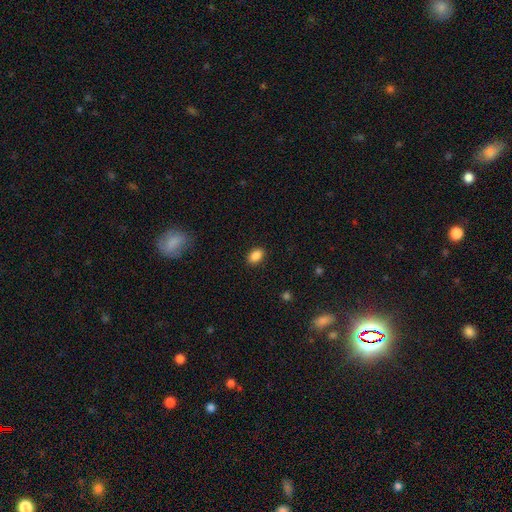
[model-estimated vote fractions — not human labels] Overall: smooth (88%). How rounded: in between (84%). Merging: none (89%).